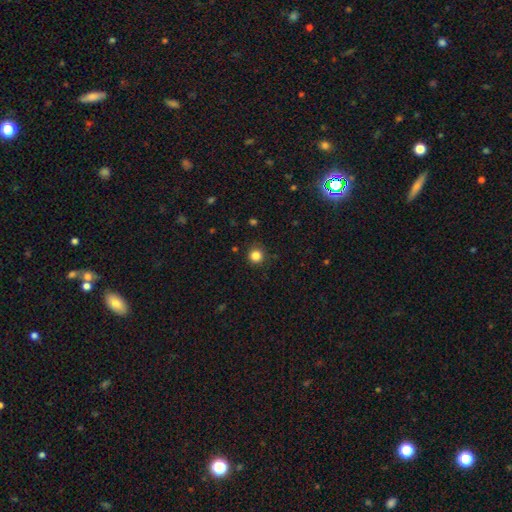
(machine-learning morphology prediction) A smooth galaxy with no disk features (84%) that is round (94%).

Vote fractions:
- Smooth or featured? smooth: 84% / star or artifact: 12% / featured or disk: 4%
- How rounded? round: 94% / in between: 5% / cigar-shaped: 1%
- Merging? none: 88% / minor disturbance: 9% / major disturbance: 2% / merger: 1%